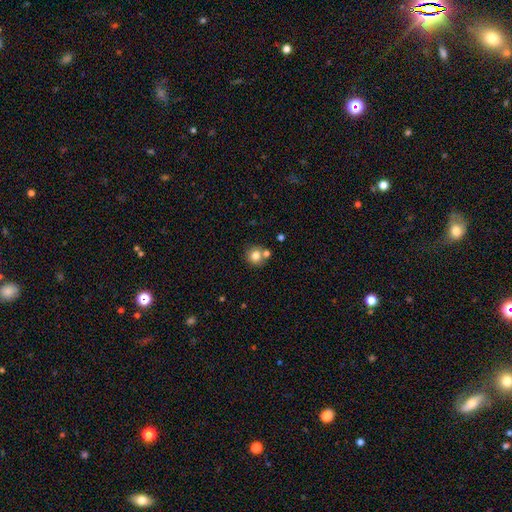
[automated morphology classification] Smooth or featured? Predicted: smooth (p=0.78). How rounded? Predicted: round (p=0.91). Merging? Predicted: none (p=0.67).